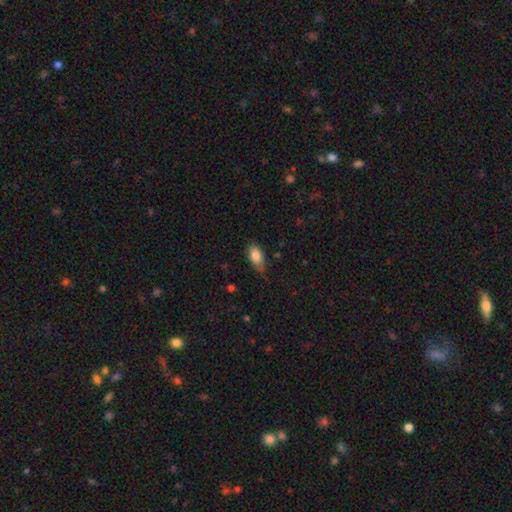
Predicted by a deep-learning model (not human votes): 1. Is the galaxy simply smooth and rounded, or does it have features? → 83% smooth, 9% featured or disk, 7% star or artifact.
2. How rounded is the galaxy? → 90% in between, 5% round, 5% cigar-shaped.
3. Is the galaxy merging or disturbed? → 65% none, 29% minor disturbance, 5% major disturbance, 2% merger.